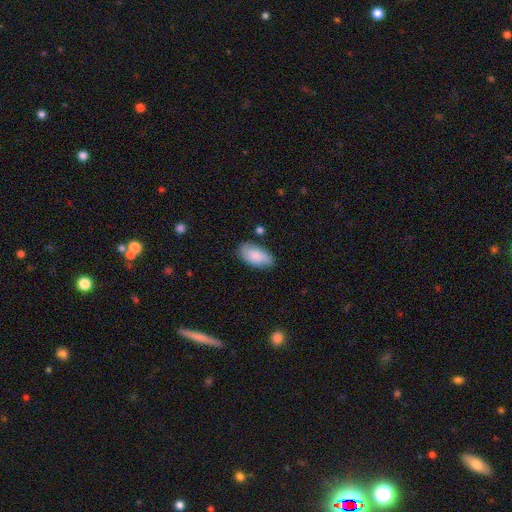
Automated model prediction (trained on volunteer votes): Smooth or featured? Predicted: smooth (p=0.85). How rounded? Predicted: in between (p=0.94). Merging? Predicted: none (p=0.76).